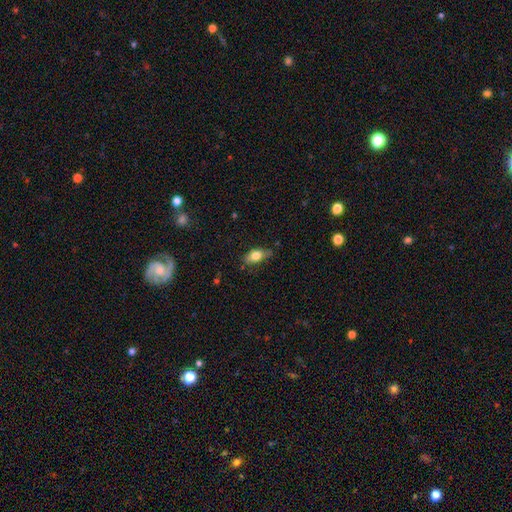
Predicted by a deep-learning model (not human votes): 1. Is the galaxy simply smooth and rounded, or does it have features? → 72% smooth, 20% featured or disk, 8% star or artifact.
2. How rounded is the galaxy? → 80% in between, 14% cigar-shaped, 7% round.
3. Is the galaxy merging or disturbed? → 68% none, 25% minor disturbance, 5% major disturbance, 2% merger.